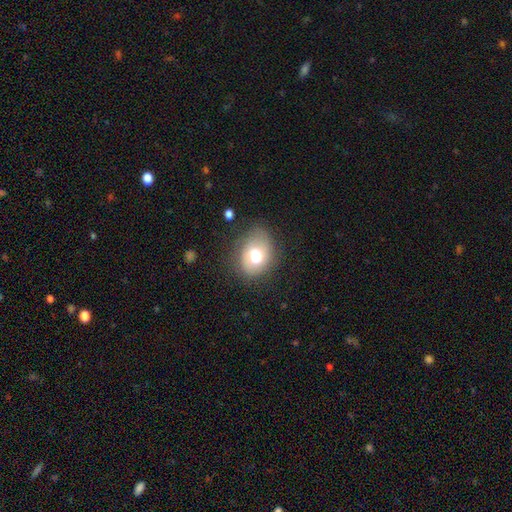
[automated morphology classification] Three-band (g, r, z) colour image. It shows a smooth galaxy with no disk features (66%) that is in between round and cigar-shaped (58%). Merging: none (69%).